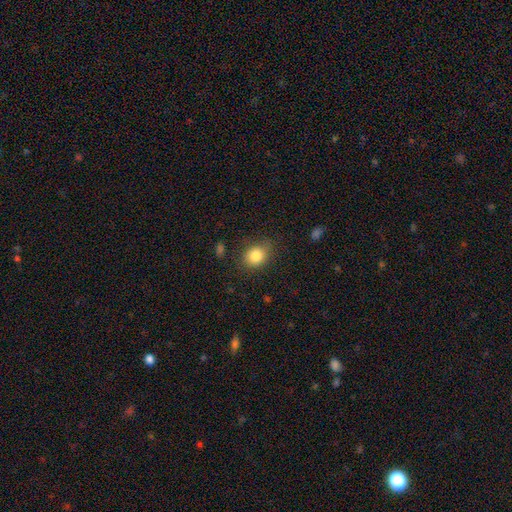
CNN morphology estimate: type=smooth (84%); roundness=round (50%); merging=none (75%).